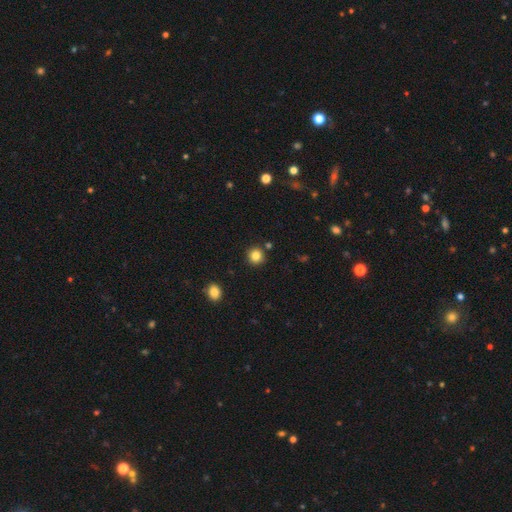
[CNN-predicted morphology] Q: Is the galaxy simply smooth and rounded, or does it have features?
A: smooth — 84%.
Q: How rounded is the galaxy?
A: round — 92%.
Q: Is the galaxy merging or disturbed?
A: none — 87%.